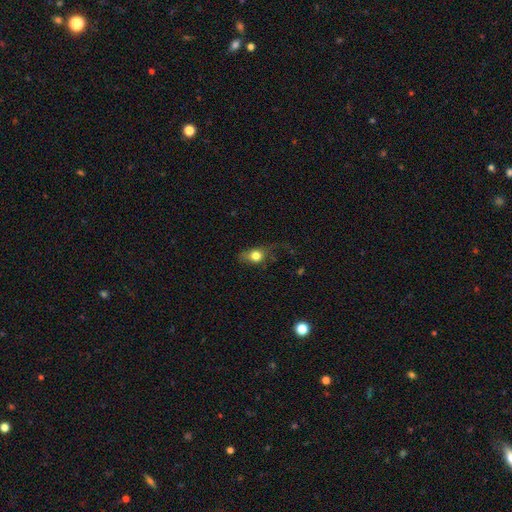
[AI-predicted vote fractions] This appears to be a smooth galaxy with no disk features (75%) that is in between round and cigar-shaped (53%). Merging: none (43%).